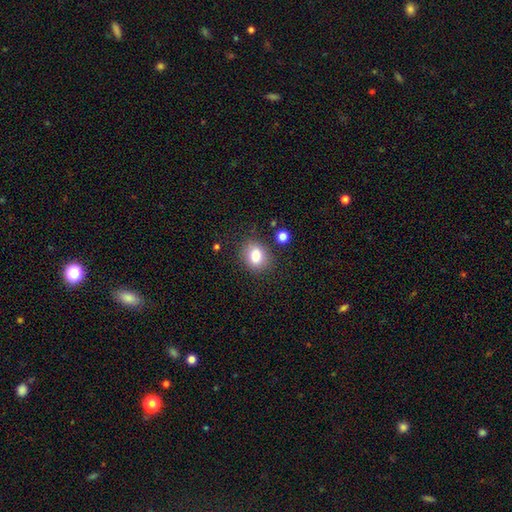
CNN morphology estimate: The model was most divided on "how rounded": in between: 54%, round: 45%, cigar-shaped: 1%. More confident: smooth or featured — smooth (81%); merging — none (80%).